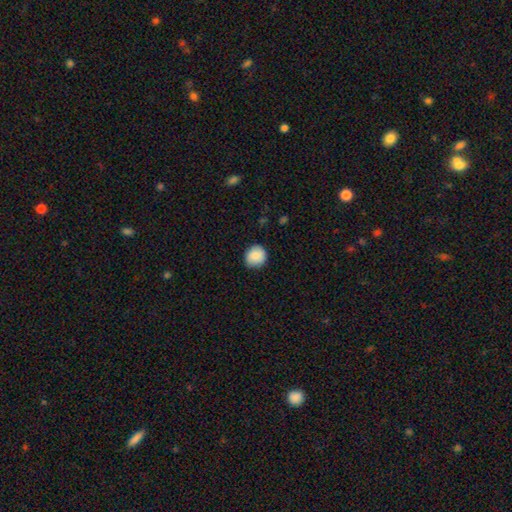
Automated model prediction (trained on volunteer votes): Smooth or featured: smooth — 87% (star or artifact — 8%)
How rounded: round — 90% (in between — 9%)
Merging: none — 88% (minor disturbance — 9%)